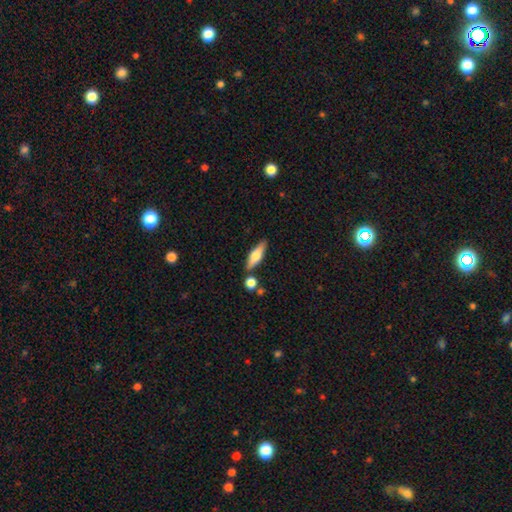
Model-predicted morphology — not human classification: Smooth or featured? smooth (55%)
How rounded? cigar-shaped (53%)
Merging? none (80%)